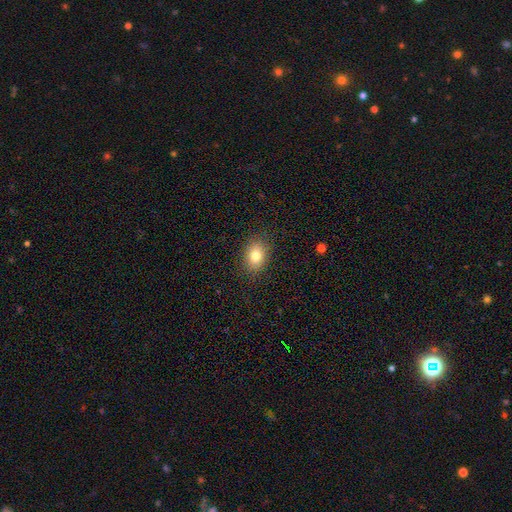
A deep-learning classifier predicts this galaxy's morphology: smooth 80%, star or artifact 11%, featured or disk 9%. Down the decision tree: how rounded — in between (64%); merging — none (87%).